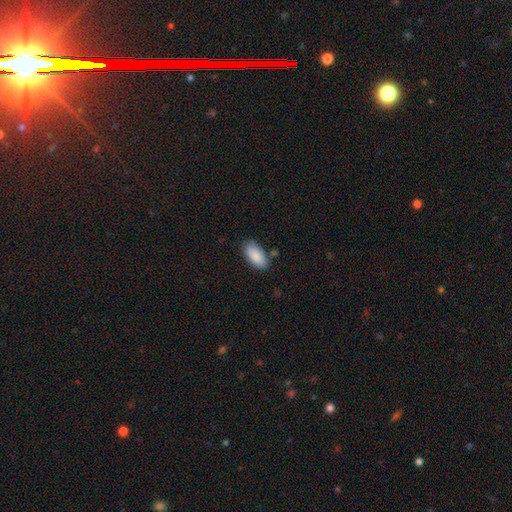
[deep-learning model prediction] Q: Smooth or featured?
A: smooth (89%); runner-up: star or artifact (6%)
Q: How rounded?
A: in between (92%); runner-up: cigar-shaped (6%)
Q: Merging?
A: none (78%); runner-up: minor disturbance (15%)